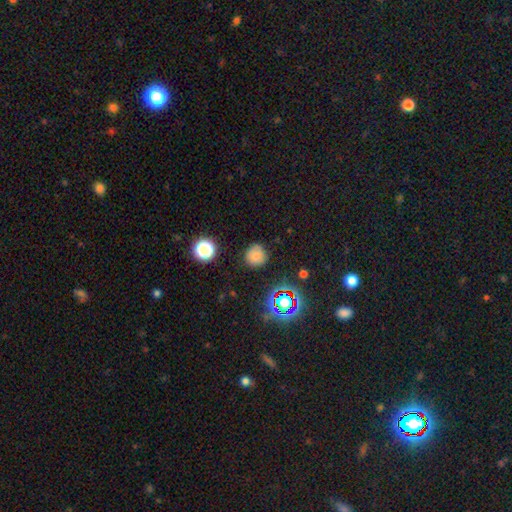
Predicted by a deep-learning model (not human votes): smooth 75%, star or artifact 18%, featured or disk 8%. Down the decision tree: how rounded — round (92%); merging — none (83%).